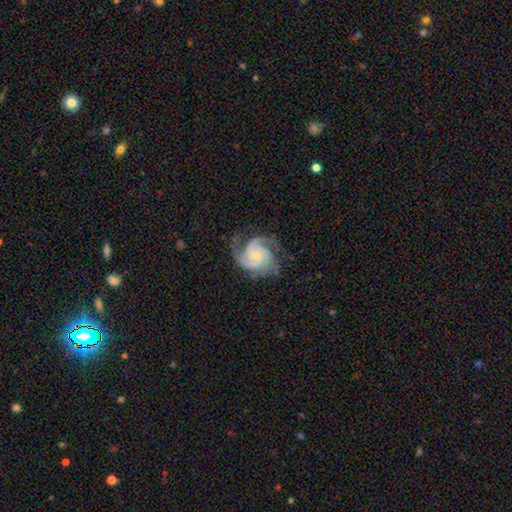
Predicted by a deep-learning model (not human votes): This is clearly a featured or disk galaxy (93%). It is clearly not viewed edge-on (99%). Bar: likely no (67%). Spiral arm pattern: clearly yes (99%). Spiral arm count: likely 3 (62%). Spiral winding: possibly tight (55%). Central bulge: likely small (73%). Merging: likely none (74%).